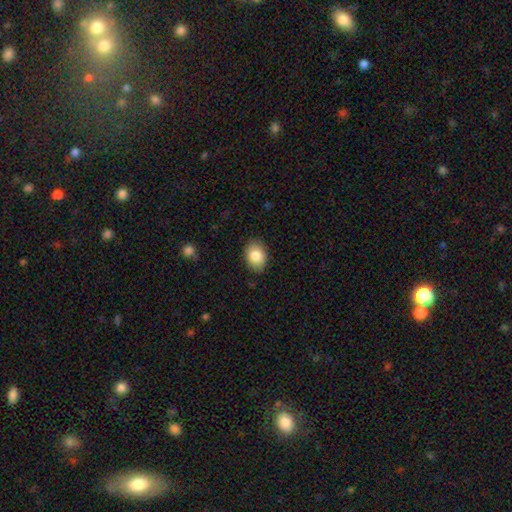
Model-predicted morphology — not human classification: This is clearly a smooth galaxy (85%). How rounded: likely in between (74%). Merging: clearly none (86%).